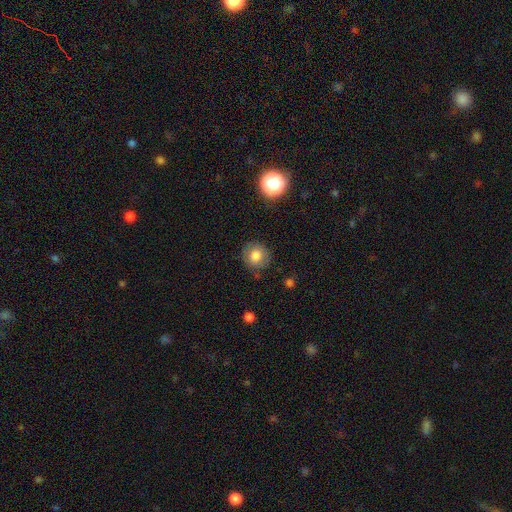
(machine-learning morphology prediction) Smooth or featured? smooth (79%)
How rounded? round (89%)
Merging? none (83%)